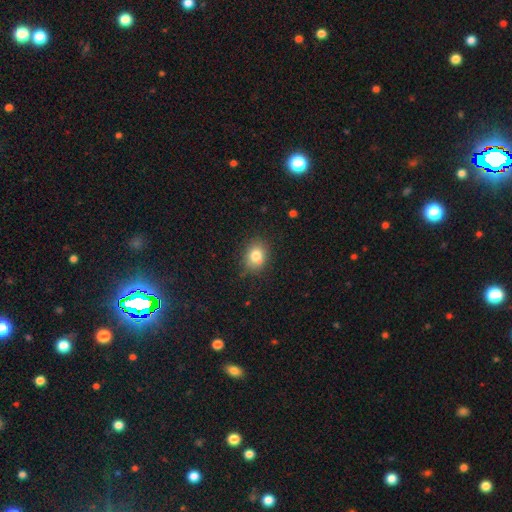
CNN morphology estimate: smooth_or_featured: smooth (p=0.80) [alt: star or artifact p=0.11]
how_rounded: round (p=0.52) [alt: in between p=0.47]
merging: none (p=0.79) [alt: minor disturbance p=0.15]